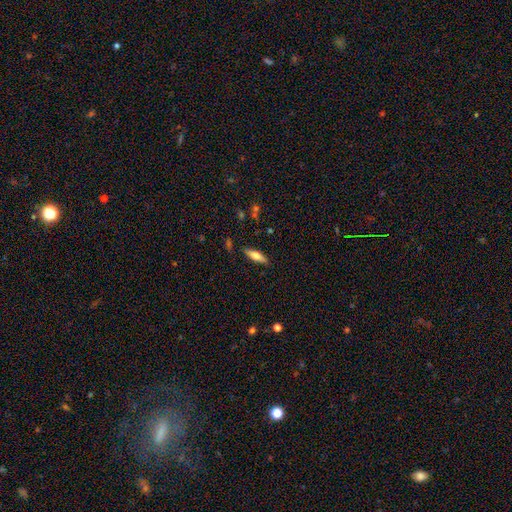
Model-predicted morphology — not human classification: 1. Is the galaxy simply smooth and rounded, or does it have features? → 61% smooth, 33% featured or disk, 6% star or artifact.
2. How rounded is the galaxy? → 56% cigar-shaped, 42% in between, 2% round.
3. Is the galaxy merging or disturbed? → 86% none, 10% minor disturbance, 2% major disturbance, 2% merger.